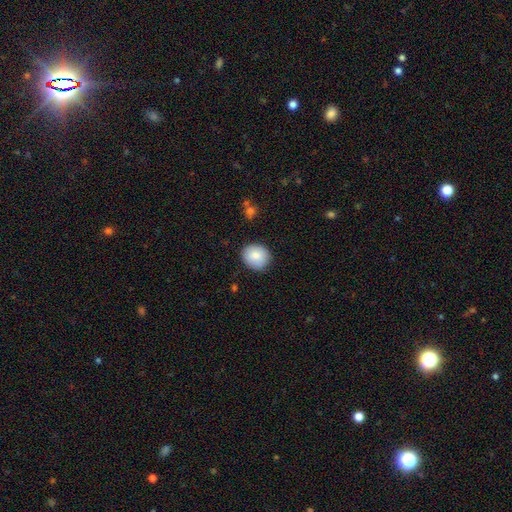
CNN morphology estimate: A smooth galaxy with no disk features (86%) that is round (80%).

Vote fractions:
- Smooth or featured? smooth: 86% / star or artifact: 7% / featured or disk: 7%
- How rounded? round: 80% / in between: 19% / cigar-shaped: 1%
- Merging? none: 87% / minor disturbance: 10% / major disturbance: 2% / merger: 1%